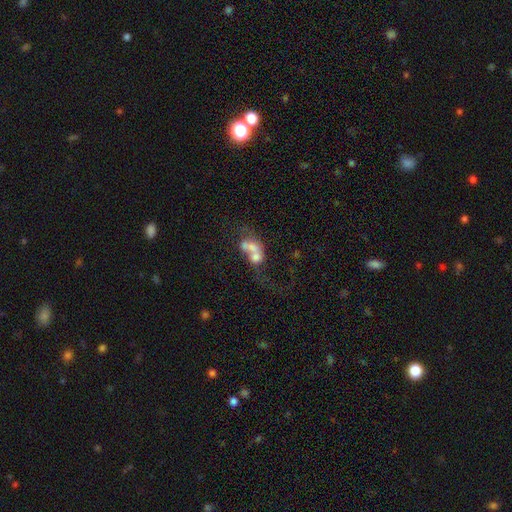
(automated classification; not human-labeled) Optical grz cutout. It shows a smooth galaxy with no disk features (49%). Merging: merger (66%).